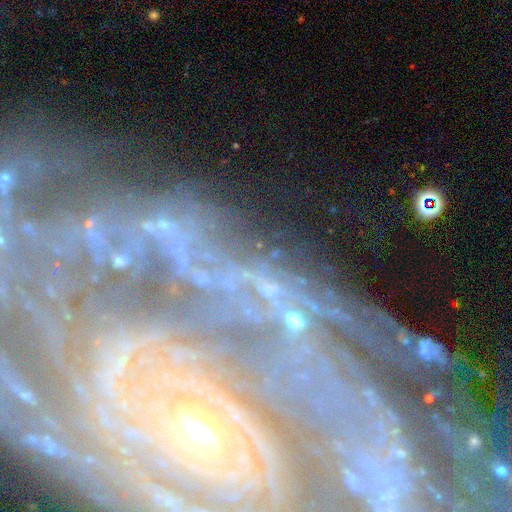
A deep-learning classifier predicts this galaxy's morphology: smooth_or_featured: featured or disk (p=0.65) [alt: star or artifact p=0.24]
disk_edge_on: no (p=0.89) [alt: yes p=0.11]
bar: no (p=0.50) [alt: weak p=0.25]
has_spiral_arms: yes (p=0.90) [alt: no p=0.10]
spiral_winding: tight (p=0.69) [alt: medium p=0.22]
spiral_arm_count: can't tell (p=0.30) [alt: 2 p=0.17]
bulge_size: small (p=0.51) [alt: moderate p=0.33]
merging: none (p=0.64) [alt: minor disturbance p=0.16]